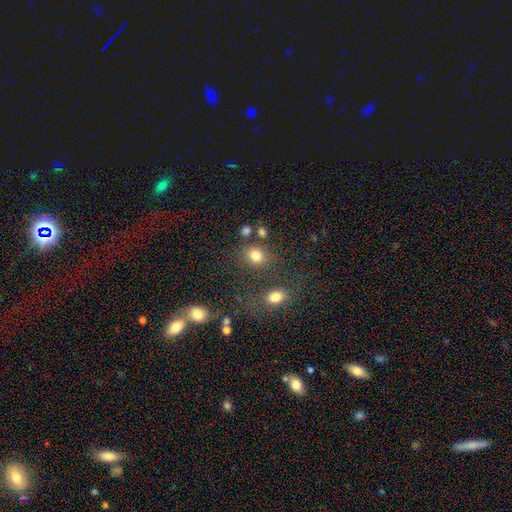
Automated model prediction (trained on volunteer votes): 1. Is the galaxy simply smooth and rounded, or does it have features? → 79% smooth, 14% star or artifact, 7% featured or disk.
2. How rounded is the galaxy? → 61% round, 37% in between, 1% cigar-shaped.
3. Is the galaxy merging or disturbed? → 68% none, 13% minor disturbance, 13% merger, 6% major disturbance.